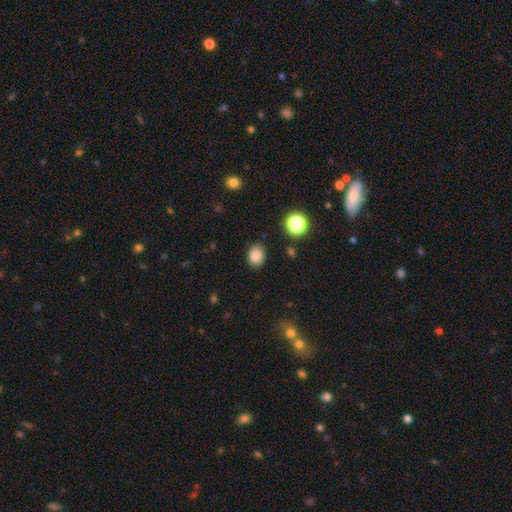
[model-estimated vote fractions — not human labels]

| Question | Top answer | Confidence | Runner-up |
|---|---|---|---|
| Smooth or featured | smooth | 84% | star or artifact (11%) |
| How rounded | in between | 63% | round (36%) |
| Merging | none | 83% | minor disturbance (13%) |